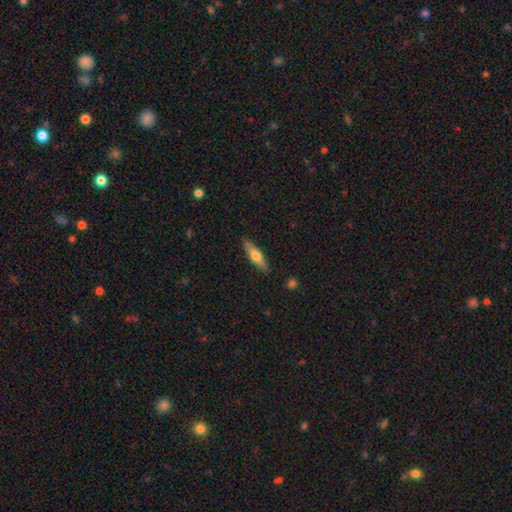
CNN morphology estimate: Q: Smooth or featured?
A: smooth (59%); runner-up: featured or disk (35%)
Q: How rounded?
A: cigar-shaped (67%); runner-up: in between (31%)
Q: Merging?
A: none (87%); runner-up: minor disturbance (9%)